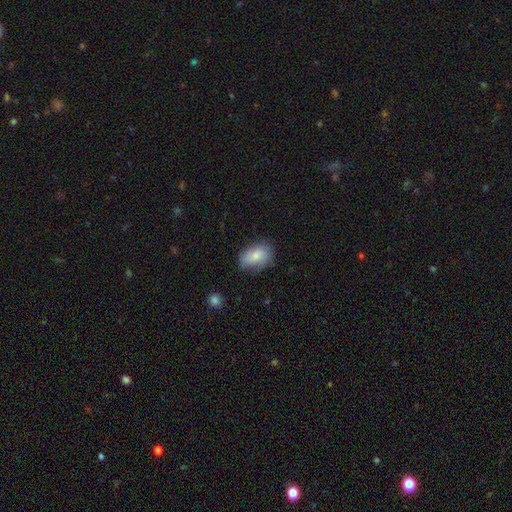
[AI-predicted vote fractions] Smooth or featured? smooth (81%)
How rounded? in between (87%)
Merging? none (69%)